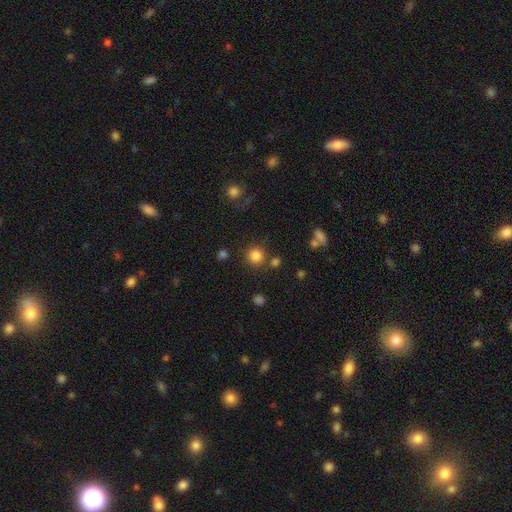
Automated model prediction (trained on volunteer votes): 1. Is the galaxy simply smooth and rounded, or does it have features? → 83% smooth, 13% star or artifact, 5% featured or disk.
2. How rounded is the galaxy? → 93% round, 6% in between, 1% cigar-shaped.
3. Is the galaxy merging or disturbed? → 81% none, 8% minor disturbance, 7% merger, 4% major disturbance.